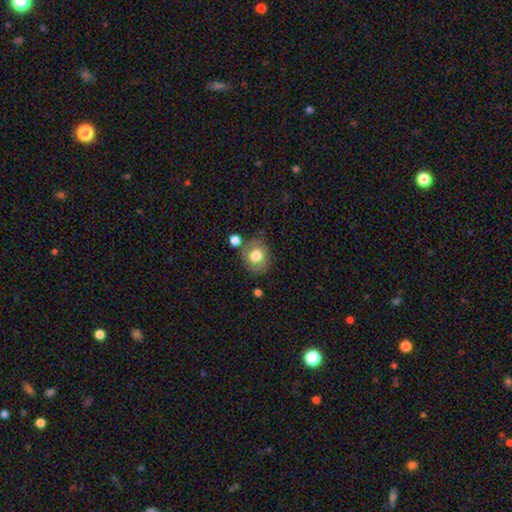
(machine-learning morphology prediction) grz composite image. It shows a smooth galaxy with no disk features (71%) that is round (69%). Merging: none (71%).